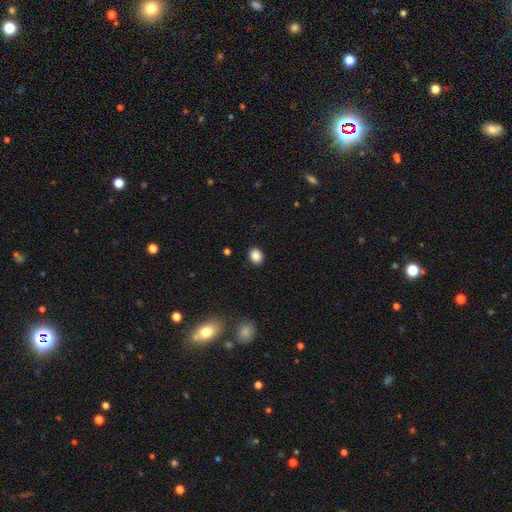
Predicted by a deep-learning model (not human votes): Smooth or featured? Predicted: smooth (p=0.88). How rounded? Predicted: in between (p=0.52). Merging? Predicted: none (p=0.90).